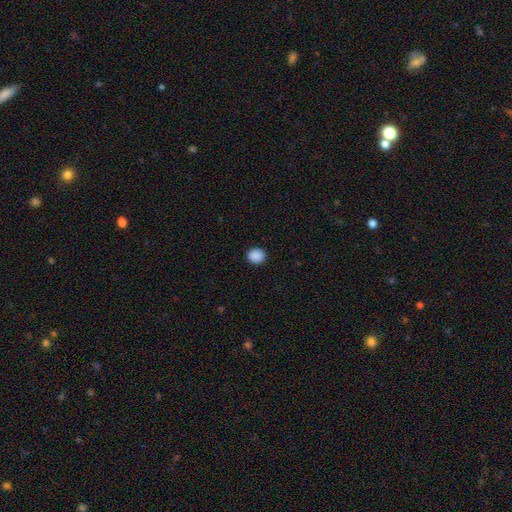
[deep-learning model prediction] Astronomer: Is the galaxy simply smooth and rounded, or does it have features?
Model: smooth — 89%.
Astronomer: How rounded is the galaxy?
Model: round — 78%.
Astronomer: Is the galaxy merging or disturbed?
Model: none — 91%.